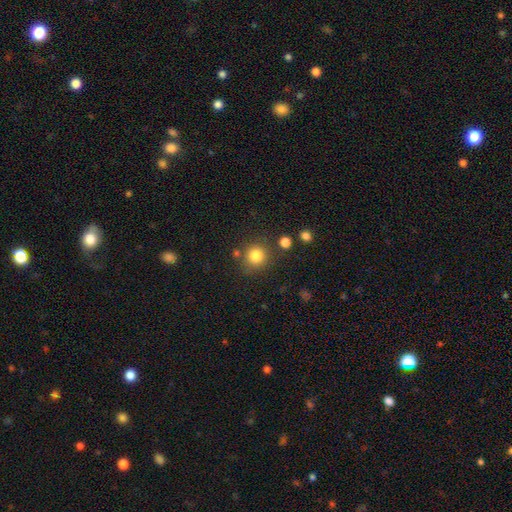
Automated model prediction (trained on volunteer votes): Smooth or featured? Predicted: smooth (p=0.83). How rounded? Predicted: round (p=0.92). Merging? Predicted: none (p=0.81).